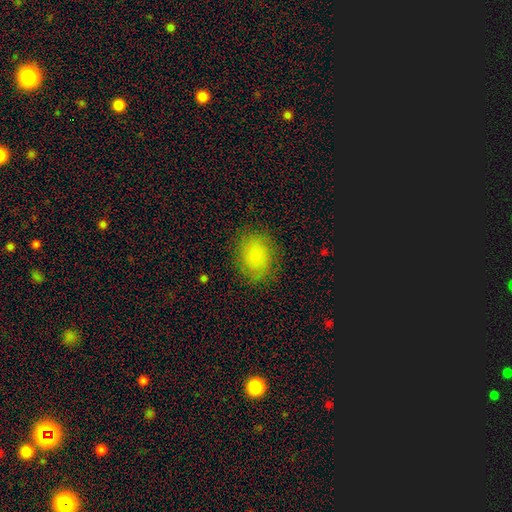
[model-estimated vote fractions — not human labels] smooth 81%, featured or disk 11%, star or artifact 9%. Down the decision tree: how rounded — in between (51%); merging — none (81%).